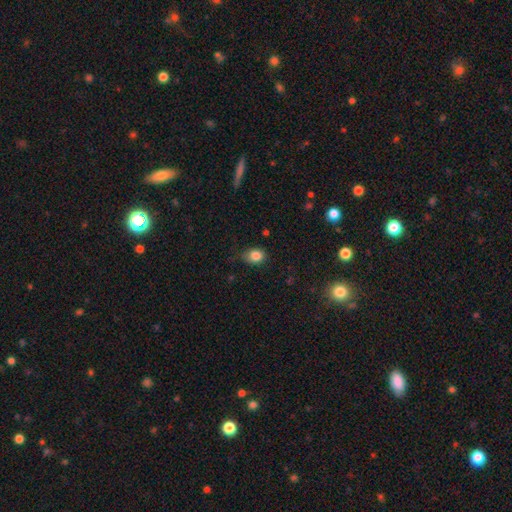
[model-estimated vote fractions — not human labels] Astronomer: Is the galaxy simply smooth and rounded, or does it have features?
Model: smooth — 84%.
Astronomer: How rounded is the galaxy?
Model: in between — 54% (runner-up: round, 45%).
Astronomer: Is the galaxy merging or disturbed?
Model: none — 68%.